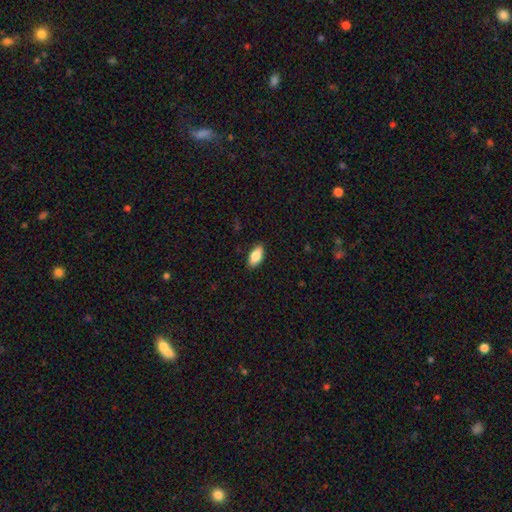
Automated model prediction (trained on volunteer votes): This is clearly a smooth galaxy (84%). How rounded: clearly in between (91%). Merging: clearly none (87%).